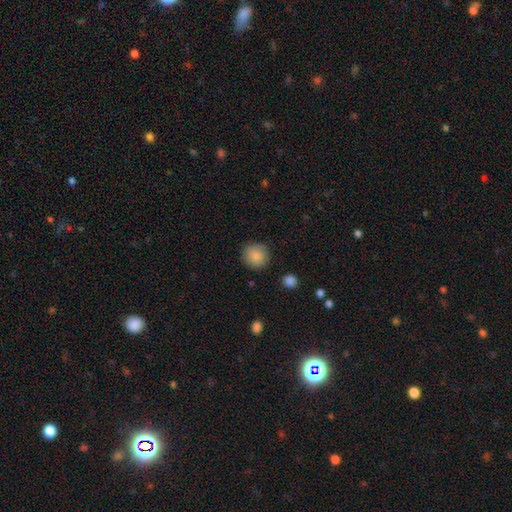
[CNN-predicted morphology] smooth_or_featured: smooth (p=0.87) [alt: star or artifact p=0.08]
how_rounded: round (p=0.92) [alt: in between p=0.07]
merging: none (p=0.88) [alt: minor disturbance p=0.08]